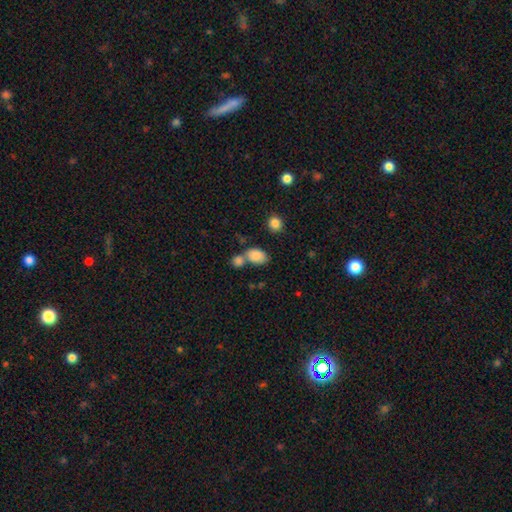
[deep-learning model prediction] Q: Smooth or featured?
A: smooth (85%); runner-up: star or artifact (9%)
Q: How rounded?
A: in between (80%); runner-up: round (19%)
Q: Merging?
A: none (45%); runner-up: merger (39%)